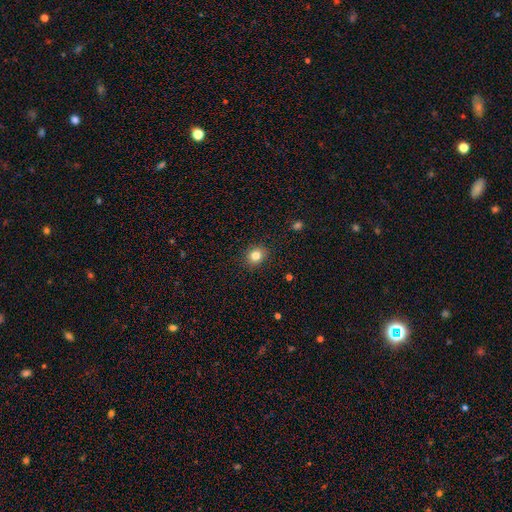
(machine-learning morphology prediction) The model was most divided on "how rounded": round: 75%, in between: 24%, cigar-shaped: 1%. More confident: merging — none (90%); smooth or featured — smooth (82%).